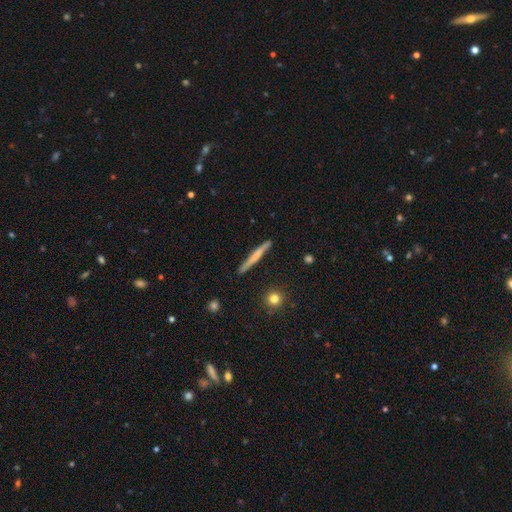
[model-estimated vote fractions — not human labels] This appears to be a smooth galaxy with no disk features (50%) that is cigar-shaped (96%). Merging: none (89%).